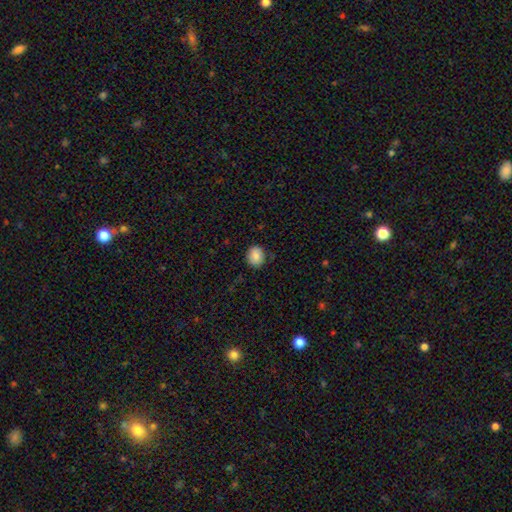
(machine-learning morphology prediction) This appears to be a smooth galaxy with no disk features (85%) that is round (75%). Merging: none (80%).